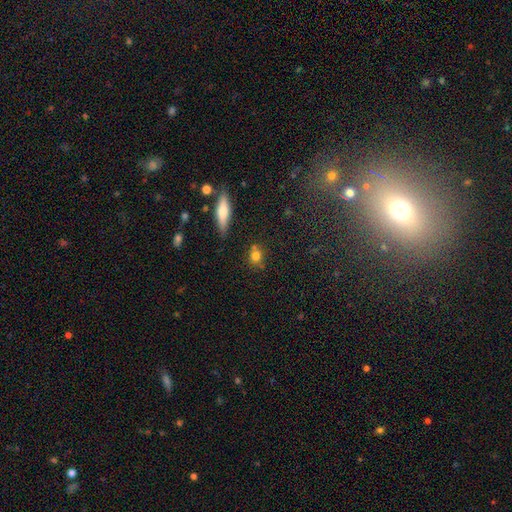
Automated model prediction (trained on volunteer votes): Smooth or featured: smooth — 75% (star or artifact — 13%)
How rounded: round — 67% (in between — 29%)
Merging: none — 68% (minor disturbance — 15%)